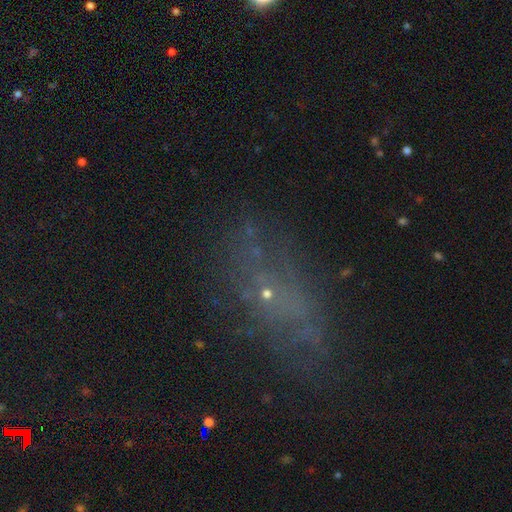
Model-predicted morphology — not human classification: Smooth or featured?
  - featured or disk: 36% *
  - smooth: 34%
  - star or artifact: 30%
Merging?
  - none: 60% *
  - minor disturbance: 19%
  - major disturbance: 17%
  - merger: 4%